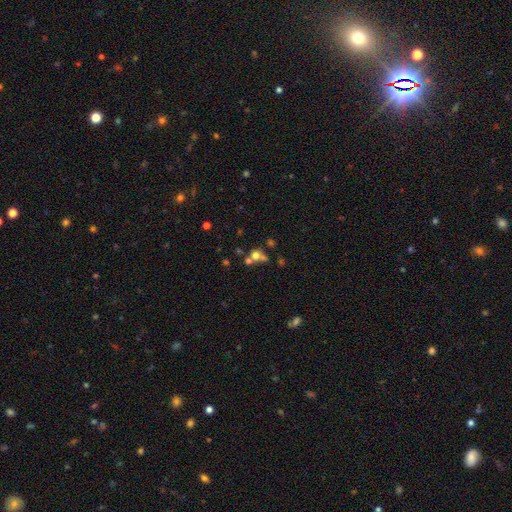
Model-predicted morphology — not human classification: smooth_or_featured: smooth (p=0.59) [alt: featured or disk p=0.22]
how_rounded: round (p=0.76) [alt: in between p=0.22]
merging: merger (p=0.46) [alt: none p=0.37]